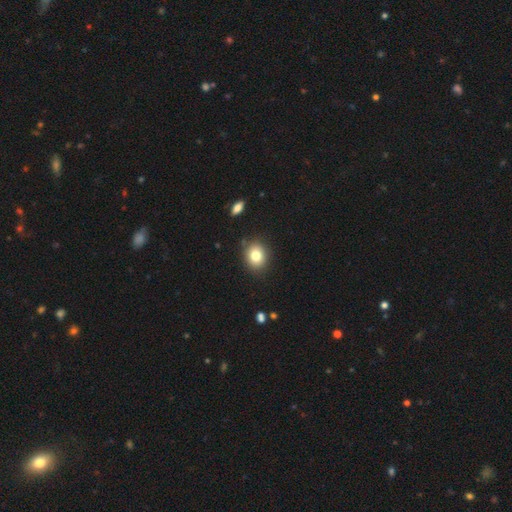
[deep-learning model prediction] This is clearly a smooth galaxy (81%). How rounded: possibly round (59%). Merging: clearly none (85%).